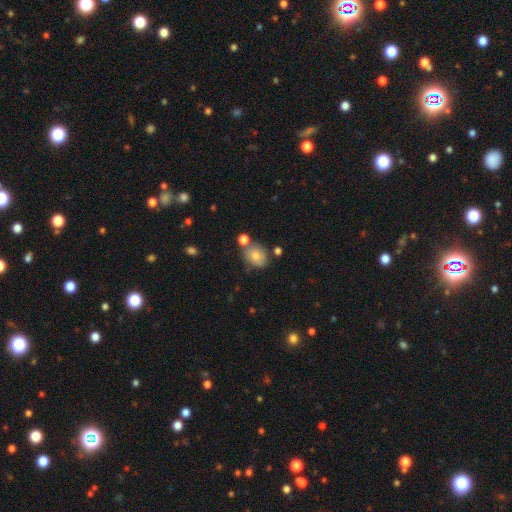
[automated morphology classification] Smooth or featured? smooth (75%)
How rounded? in between (60%)
Merging? none (60%)